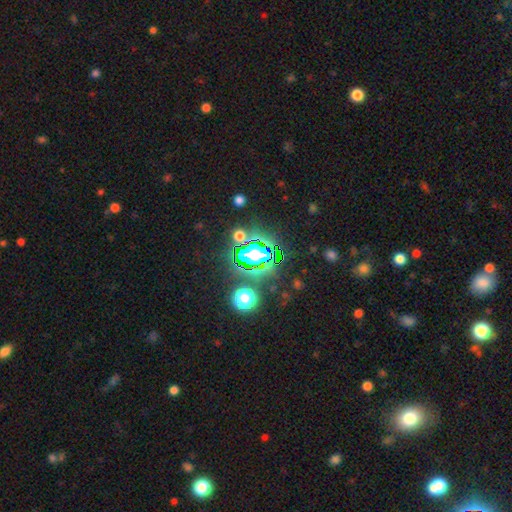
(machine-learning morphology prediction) smooth-or-featured: star or artifact: 66% | smooth: 24% | featured or disk: 10%